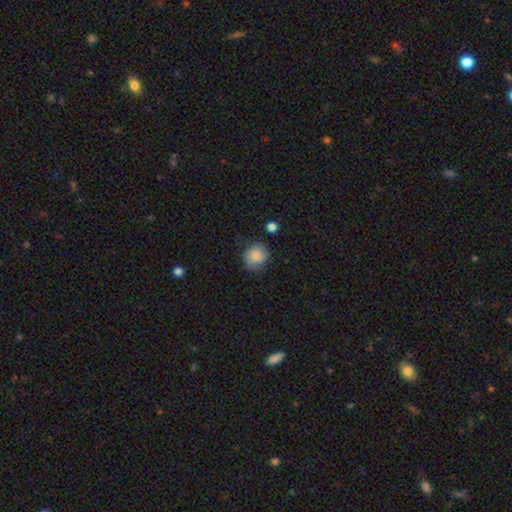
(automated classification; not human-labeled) Q: Smooth or featured?
A: smooth (81%); runner-up: featured or disk (11%)
Q: How rounded?
A: round (81%); runner-up: in between (18%)
Q: Merging?
A: none (66%); runner-up: minor disturbance (24%)